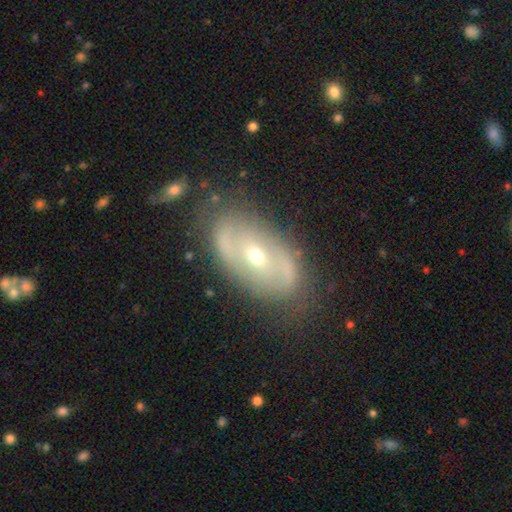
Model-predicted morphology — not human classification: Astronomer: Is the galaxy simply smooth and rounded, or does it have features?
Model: featured or disk — 74%.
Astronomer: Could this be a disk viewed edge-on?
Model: no — 92%.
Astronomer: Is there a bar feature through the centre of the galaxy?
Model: no — 48% (runner-up: weak, 33%).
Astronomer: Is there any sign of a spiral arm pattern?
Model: yes — 65%.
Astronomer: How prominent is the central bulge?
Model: moderate — 52% (runner-up: small, 45%).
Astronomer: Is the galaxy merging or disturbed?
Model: none — 75%.